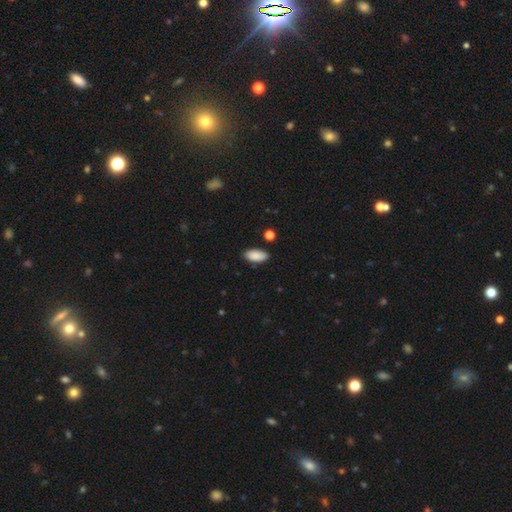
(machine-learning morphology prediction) The model was most divided on "merging": none: 84%, minor disturbance: 12%, major disturbance: 2%, merger: 2%. More confident: how rounded — in between (91%); smooth or featured — smooth (89%).